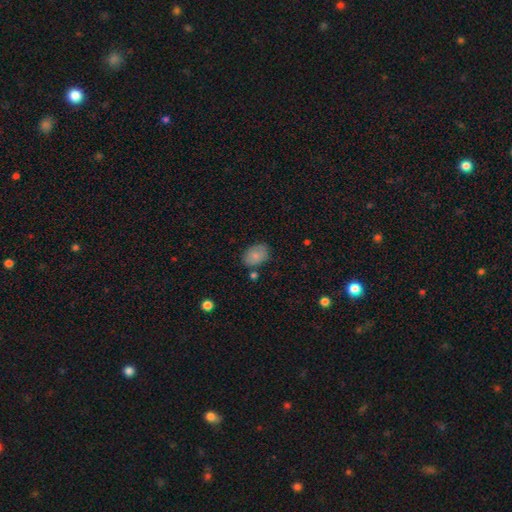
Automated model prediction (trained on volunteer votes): smooth 82%, featured or disk 10%, star or artifact 8%. Down the decision tree: how rounded — in between (83%); merging — none (74%).